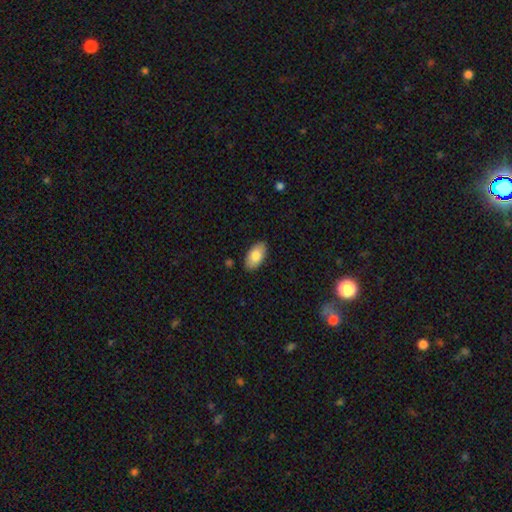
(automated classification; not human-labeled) A smooth galaxy with no disk features (81%) that is in between round and cigar-shaped (95%).

Vote fractions:
- Smooth or featured? smooth: 81% / featured or disk: 13% / star or artifact: 6%
- How rounded? in between: 95% / round: 3% / cigar-shaped: 2%
- Merging? none: 88% / minor disturbance: 9% / major disturbance: 2% / merger: 1%